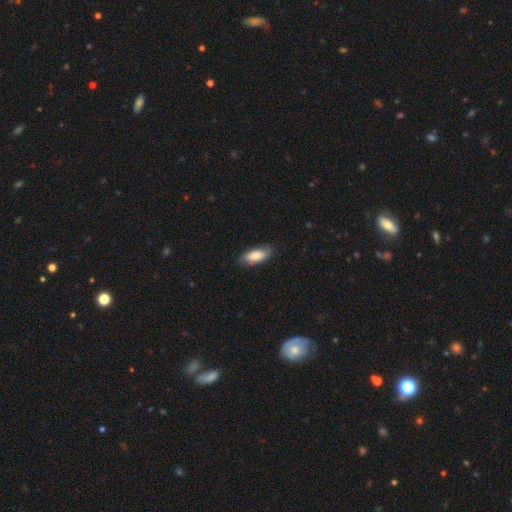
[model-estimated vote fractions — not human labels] This appears to be a smooth galaxy with no disk features (79%) that is in between round and cigar-shaped (81%). Merging: none (78%).